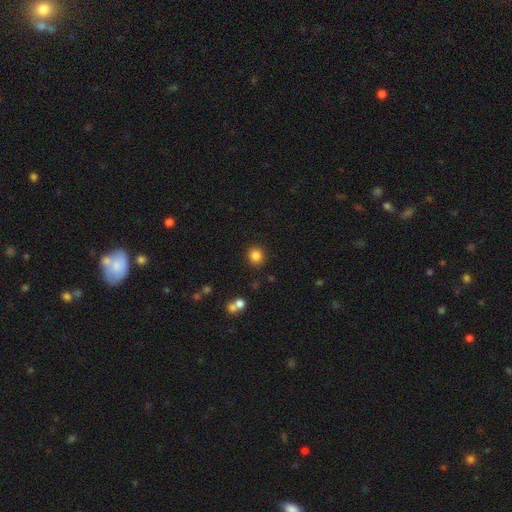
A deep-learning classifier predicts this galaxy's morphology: type=smooth (84%); roundness=round (89%); merging=none (89%).